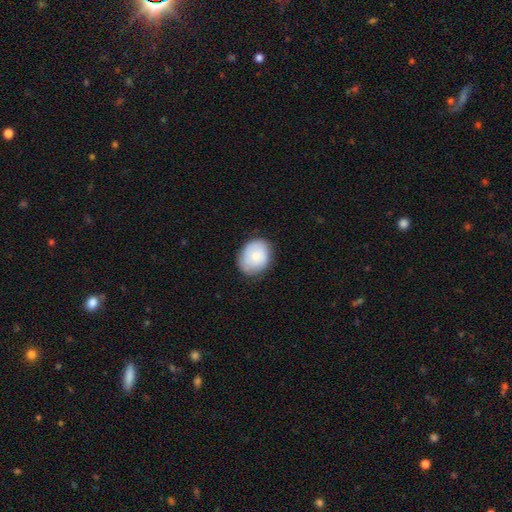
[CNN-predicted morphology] smooth-or-featured: smooth: 73% | featured or disk: 21% | star or artifact: 7%
  how-rounded: in between: 51% | round: 48% | cigar-shaped: 1%
  merging: none: 77% | minor disturbance: 18% | major disturbance: 4% | merger: 1%